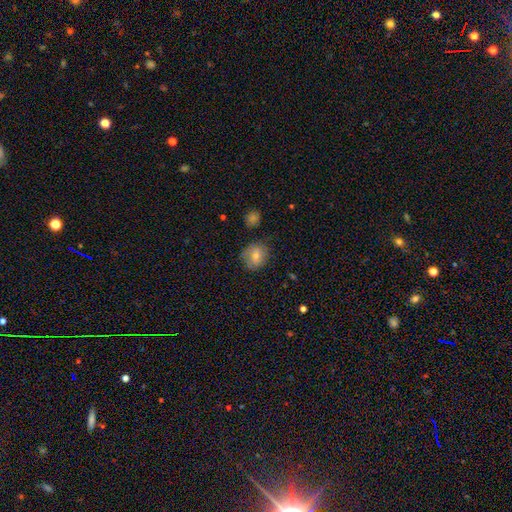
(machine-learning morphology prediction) A smooth galaxy with no disk features (62%) that is round (77%). Merging: none (77%).